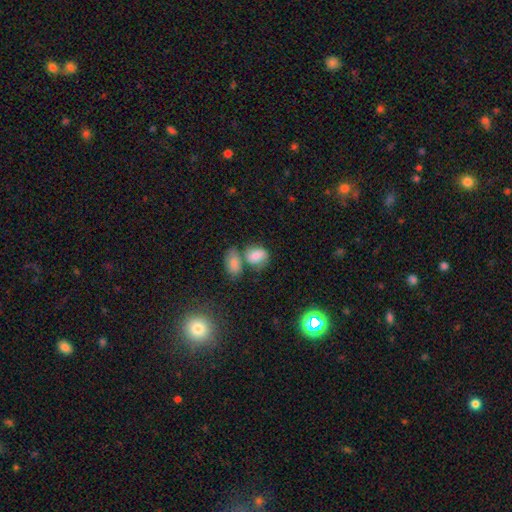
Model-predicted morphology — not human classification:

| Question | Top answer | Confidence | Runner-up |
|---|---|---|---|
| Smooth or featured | smooth | 75% | featured or disk (14%) |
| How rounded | in between | 61% | round (37%) |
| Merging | none | 41% | merger (36%) |